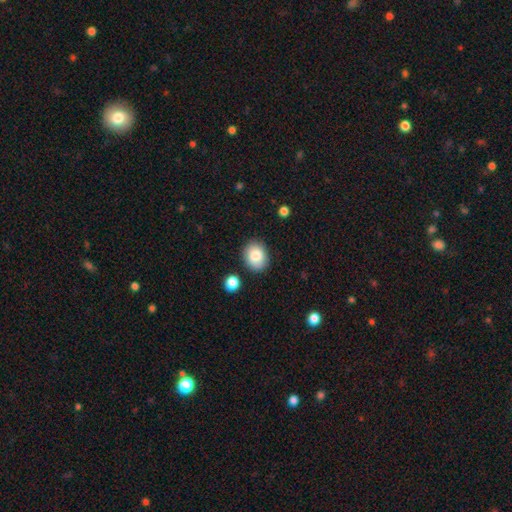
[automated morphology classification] Smooth or featured? smooth (83%)
How rounded? round (51%)
Merging? none (84%)